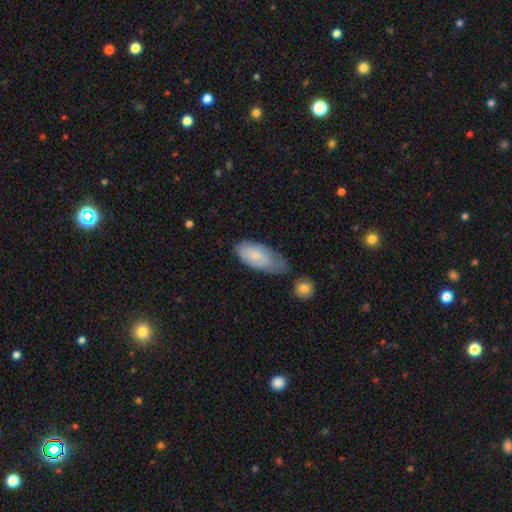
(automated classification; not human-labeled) Overall: smooth (74%). How rounded: in between (90%). Merging: minor disturbance (39%; none 36%).